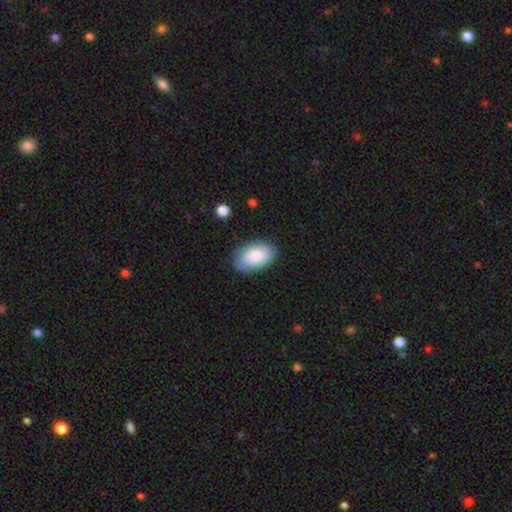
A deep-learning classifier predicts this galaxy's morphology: Smooth or featured?
  - smooth: 82% *
  - featured or disk: 12%
  - star or artifact: 6%
How rounded?
  - in between: 92% *
  - round: 6%
  - cigar-shaped: 1%
Merging?
  - none: 81% *
  - minor disturbance: 14%
  - major disturbance: 3%
  - merger: 1%